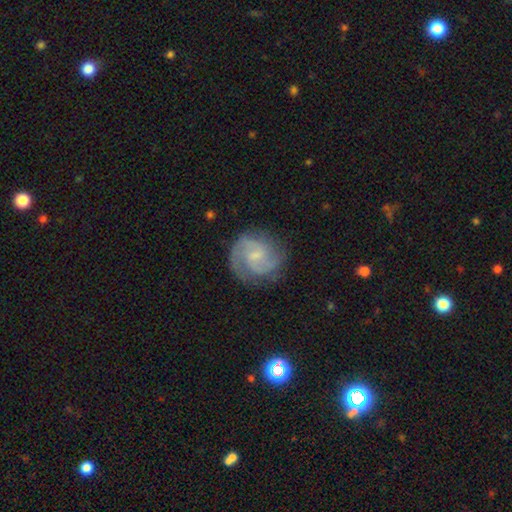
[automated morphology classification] This appears to be a featured or disk galaxy (83%) with a weak bar (47%), 2 (62%) medium (50%) spiral arms (96%) and a small central bulge (68%). Merging: none (76%).